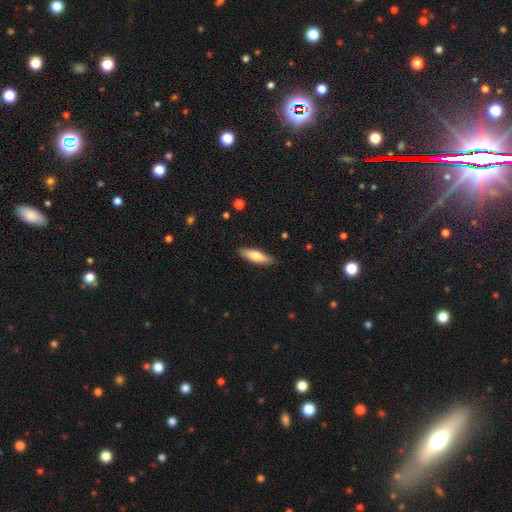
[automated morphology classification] A smooth galaxy with no disk features (66%) that is cigar-shaped (61%). Merging: none (89%).